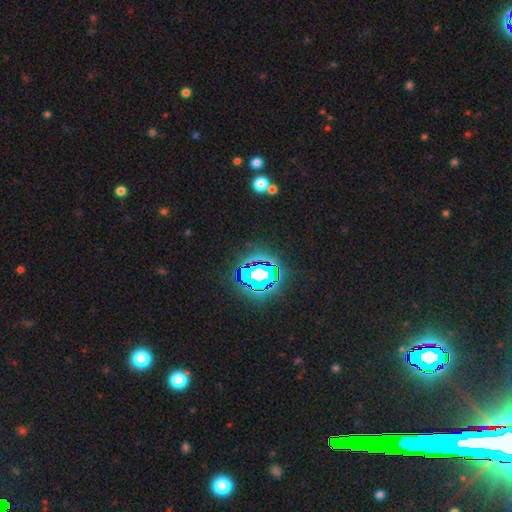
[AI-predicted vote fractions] Smooth or featured?
  - star or artifact: 83% *
  - smooth: 10%
  - featured or disk: 8%